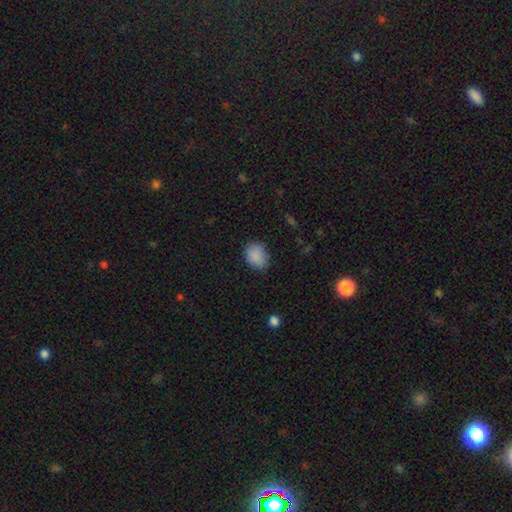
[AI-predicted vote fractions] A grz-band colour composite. It shows a smooth galaxy with no disk features (87%) that is in between round and cigar-shaped (62%). Merging: none (77%).